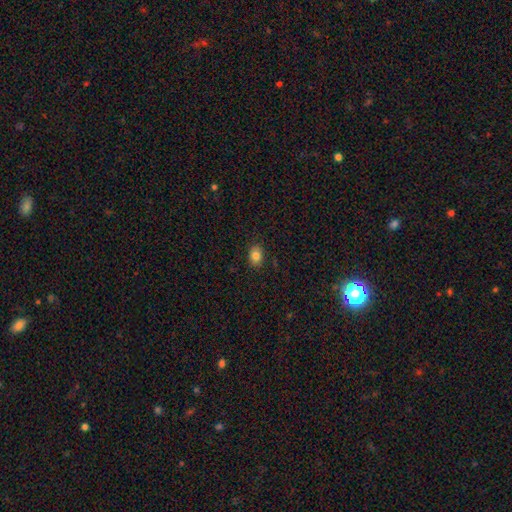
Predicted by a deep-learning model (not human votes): Morphology: type=smooth (83%); roundness=in between (71%); merging=none (87%).